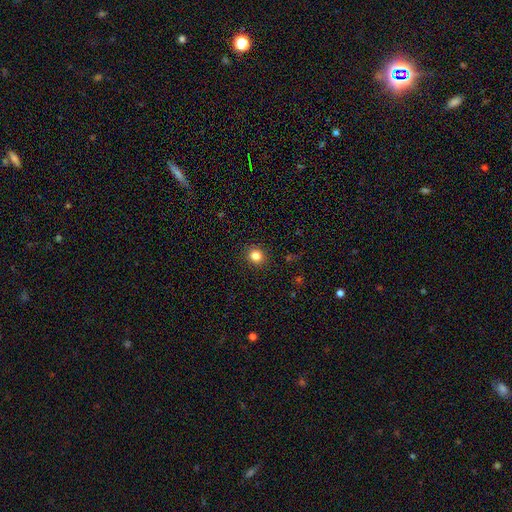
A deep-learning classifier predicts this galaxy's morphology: A smooth galaxy with no disk features (83%) that is round (88%).

Vote fractions:
- Smooth or featured? smooth: 83% / star or artifact: 12% / featured or disk: 5%
- How rounded? round: 88% / in between: 11% / cigar-shaped: 1%
- Merging? none: 91% / minor disturbance: 6% / major disturbance: 2% / merger: 1%